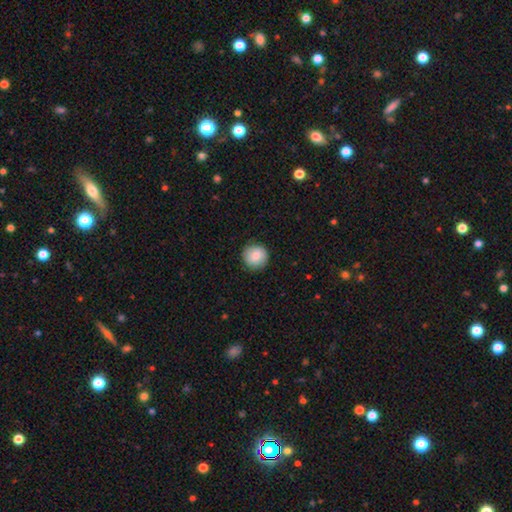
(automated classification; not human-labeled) This appears to be a smooth galaxy with no disk features (84%) that is round (94%). Merging: none (88%).